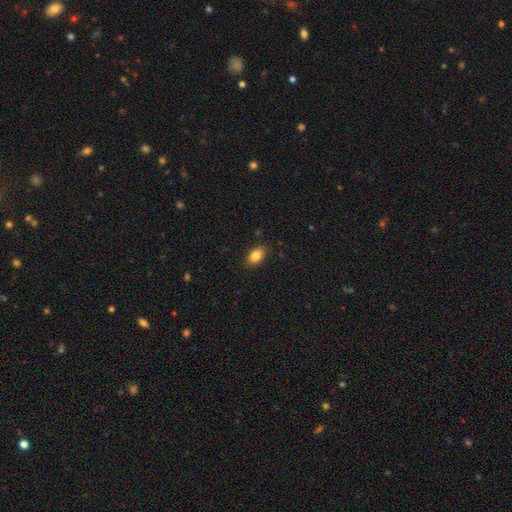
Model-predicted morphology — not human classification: Overall: smooth (85%). How rounded: in between (86%). Merging: none (86%).